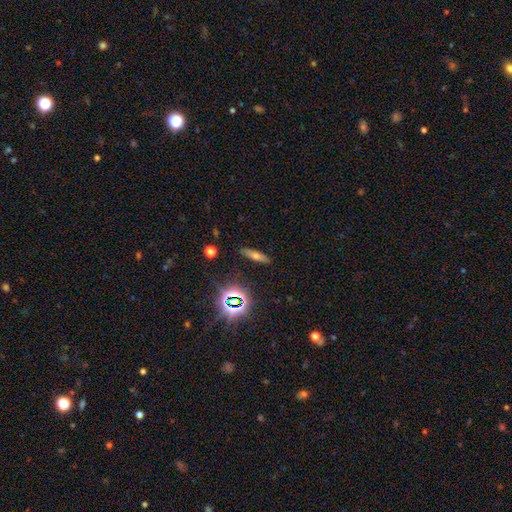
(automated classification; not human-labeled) smooth 45%, featured or disk 33%, star or artifact 22%. Down the decision tree: merging — none (87%).